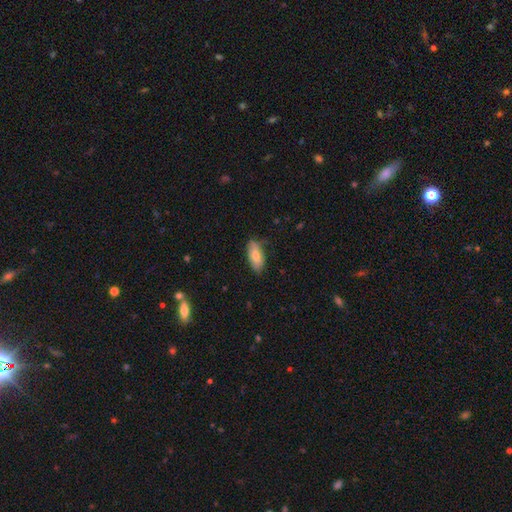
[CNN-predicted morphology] This is likely a smooth galaxy (72%). How rounded: clearly in between (81%). Merging: likely none (77%).